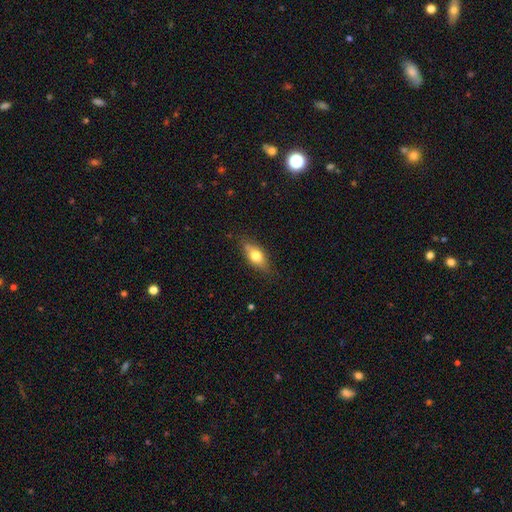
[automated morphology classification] smooth-or-featured: smooth: 68% | featured or disk: 24% | star or artifact: 8%
  how-rounded: in between: 77% | cigar-shaped: 16% | round: 7%
  merging: none: 72% | minor disturbance: 20% | major disturbance: 4% | merger: 4%